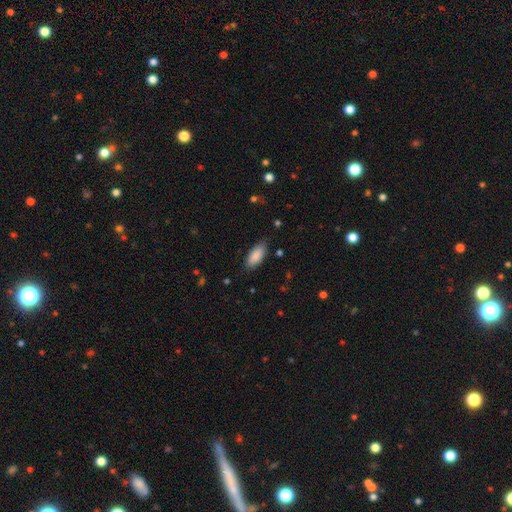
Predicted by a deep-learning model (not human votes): Smooth or featured? Predicted: smooth (p=0.88). How rounded? Predicted: in between (p=0.86). Merging? Predicted: none (p=0.84).